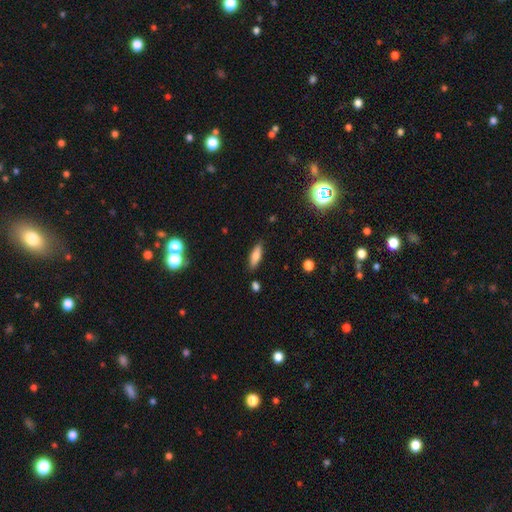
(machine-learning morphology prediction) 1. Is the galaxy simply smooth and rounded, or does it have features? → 73% smooth, 19% featured or disk, 8% star or artifact.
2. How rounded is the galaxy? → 54% in between, 44% cigar-shaped, 2% round.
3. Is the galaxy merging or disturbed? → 85% none, 11% minor disturbance, 2% major disturbance, 2% merger.